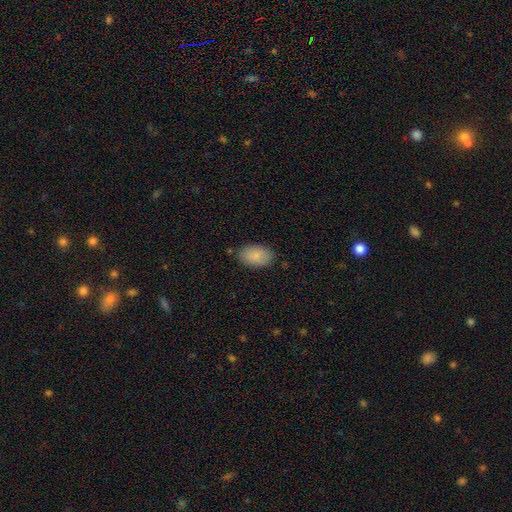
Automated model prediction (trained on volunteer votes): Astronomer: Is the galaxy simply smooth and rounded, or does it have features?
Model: smooth — 86%.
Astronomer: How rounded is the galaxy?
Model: in between — 93%.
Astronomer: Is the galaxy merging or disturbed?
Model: none — 84%.